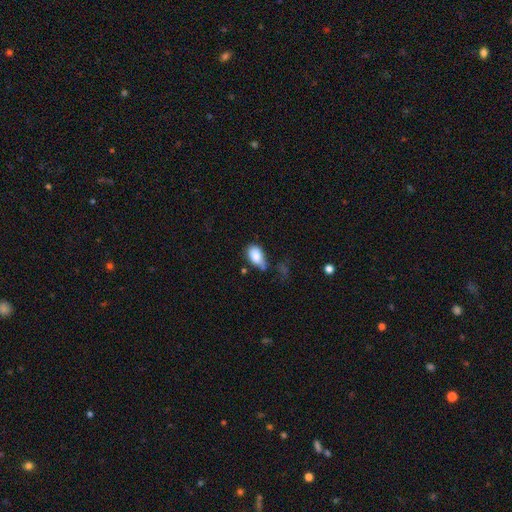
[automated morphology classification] The model was most divided on "merging": minor disturbance: 39%, none: 34%, major disturbance: 19%, merger: 9%. More confident: how rounded — in between (90%); smooth or featured — smooth (82%).